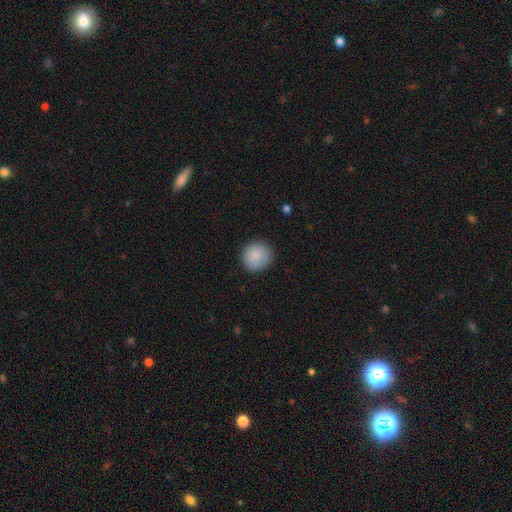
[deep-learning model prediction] This appears to be a smooth galaxy with no disk features (88%) that is round (92%). Merging: none (88%).